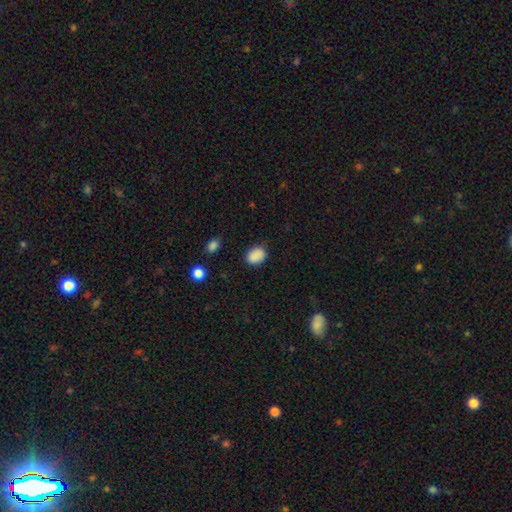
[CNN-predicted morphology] Q: Smooth or featured?
A: smooth (88%); runner-up: star or artifact (9%)
Q: How rounded?
A: in between (65%); runner-up: round (34%)
Q: Merging?
A: none (83%); runner-up: minor disturbance (13%)